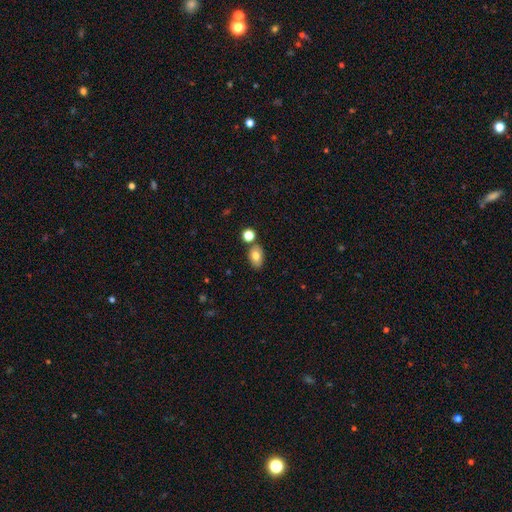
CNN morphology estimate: Smooth or featured? Predicted: smooth (p=0.77). How rounded? Predicted: in between (p=0.85). Merging? Predicted: none (p=0.76).